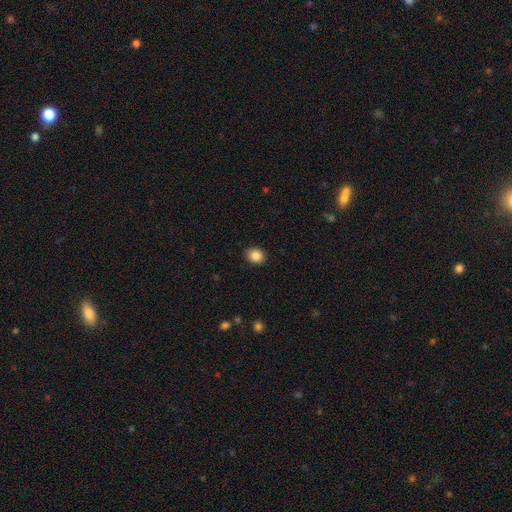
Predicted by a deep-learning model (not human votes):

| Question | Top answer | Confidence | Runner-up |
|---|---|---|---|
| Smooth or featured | smooth | 86% | star or artifact (9%) |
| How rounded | round | 56% | in between (43%) |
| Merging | none | 89% | minor disturbance (8%) |